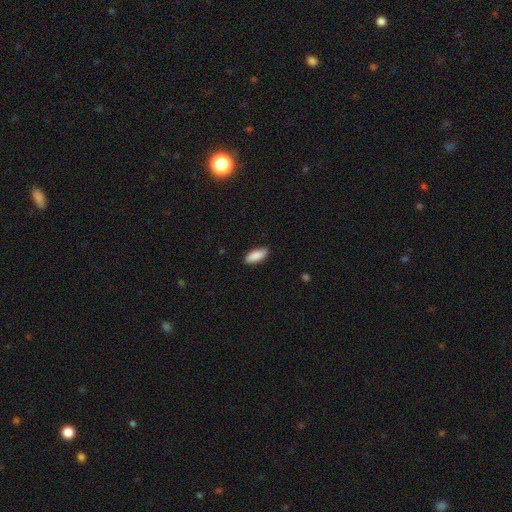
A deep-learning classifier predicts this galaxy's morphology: Overall: smooth (90%). How rounded: in between (79%). Merging: none (88%).